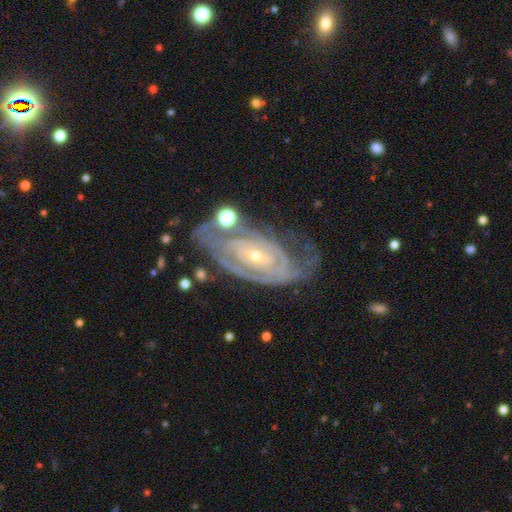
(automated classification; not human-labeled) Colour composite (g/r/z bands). It shows a featured or disk galaxy (86%) with no bar (65%), tight (75%) spiral arms (89%) and a small central bulge (73%). Merging: none (52%).